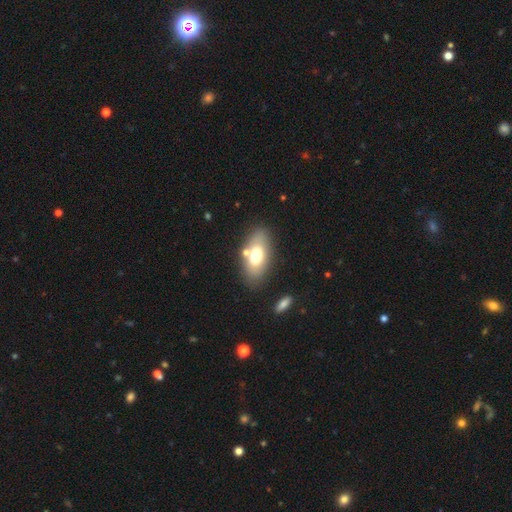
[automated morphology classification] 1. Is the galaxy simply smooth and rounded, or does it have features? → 65% smooth, 26% featured or disk, 9% star or artifact.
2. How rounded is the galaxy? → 89% in between, 6% cigar-shaped, 6% round.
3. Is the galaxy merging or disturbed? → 74% none, 12% minor disturbance, 10% merger, 4% major disturbance.